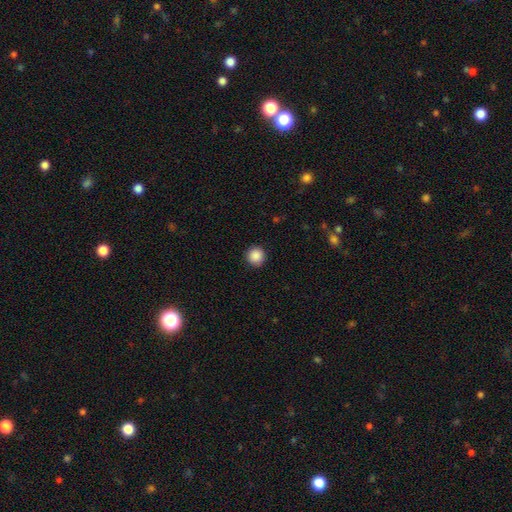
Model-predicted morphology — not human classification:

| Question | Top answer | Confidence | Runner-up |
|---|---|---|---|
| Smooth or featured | smooth | 89% | star or artifact (9%) |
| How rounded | round | 94% | in between (5%) |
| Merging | none | 91% | minor disturbance (6%) |